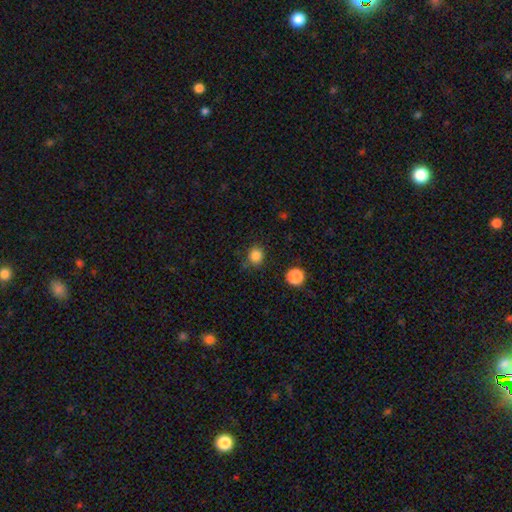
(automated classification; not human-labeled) Smooth or featured? Predicted: smooth (p=0.84). How rounded? Predicted: round (p=0.82). Merging? Predicted: none (p=0.81).